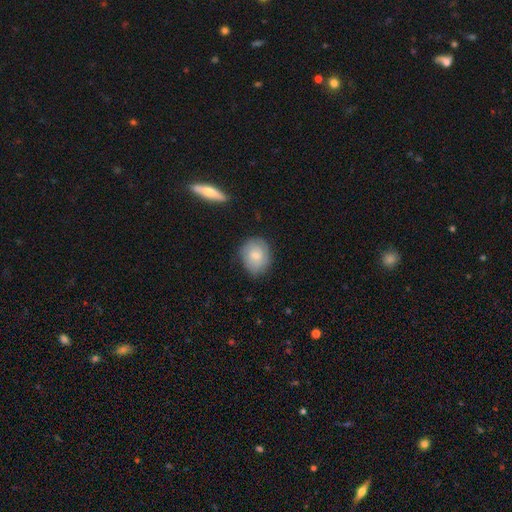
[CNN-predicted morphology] smooth_or_featured: smooth (p=0.71) [alt: featured or disk p=0.22]
how_rounded: round (p=0.58) [alt: in between p=0.41]
merging: none (p=0.74) [alt: minor disturbance p=0.20]